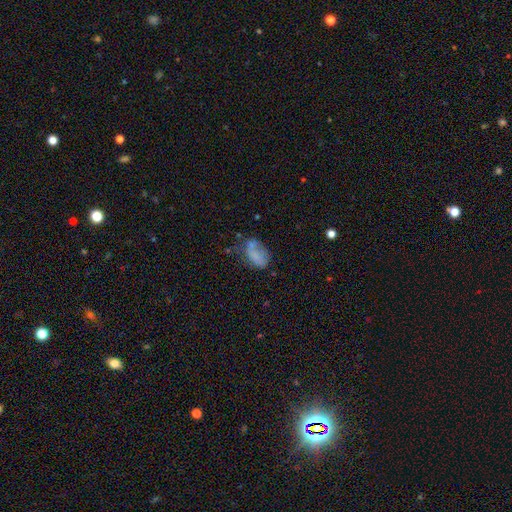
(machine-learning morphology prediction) The model was most divided on "merging": none: 36%, minor disturbance: 29%, major disturbance: 24%, merger: 11%. More confident: how rounded — in between (90%); smooth or featured — smooth (67%).